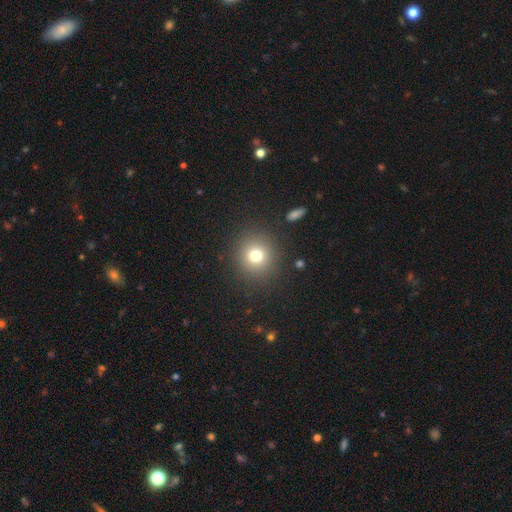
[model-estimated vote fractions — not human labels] smooth_or_featured: smooth (p=0.76) [alt: star or artifact p=0.15]
how_rounded: round (p=0.91) [alt: in between p=0.08]
merging: none (p=0.89) [alt: minor disturbance p=0.06]